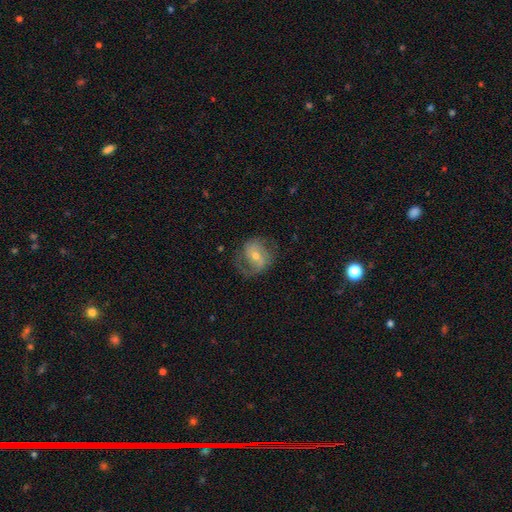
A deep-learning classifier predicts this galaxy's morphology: Q: Smooth or featured?
A: featured or disk (70%); runner-up: smooth (21%)
Q: Edge-on disk?
A: no (97%); runner-up: yes (3%)
Q: Bar?
A: weak (42%); runner-up: no (34%)
Q: Spiral arms?
A: yes (86%); runner-up: no (14%)
Q: Spiral winding?
A: medium (47%); runner-up: loose (27%)
Q: Spiral arm count?
A: 2 (73%); runner-up: 1 (11%)
Q: Bulge size?
A: moderate (50%); runner-up: small (45%)
Q: Merging?
A: none (65%); runner-up: minor disturbance (19%)